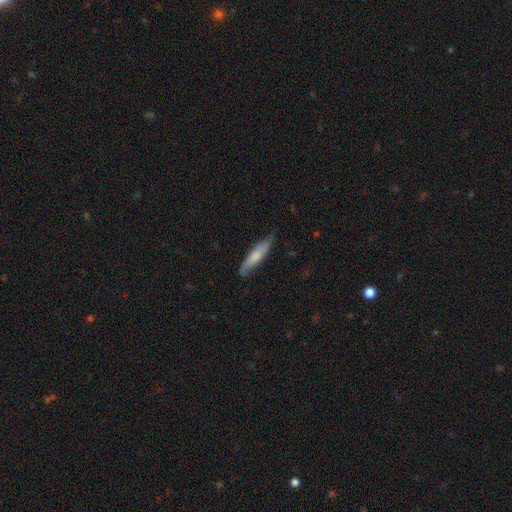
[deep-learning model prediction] A smooth galaxy with no disk features (57%) that is cigar-shaped (78%).

Vote fractions:
- Smooth or featured? smooth: 57% / featured or disk: 38% / star or artifact: 5%
- How rounded? cigar-shaped: 78% / in between: 20% / round: 2%
- Merging? none: 75% / minor disturbance: 20% / major disturbance: 4% / merger: 1%